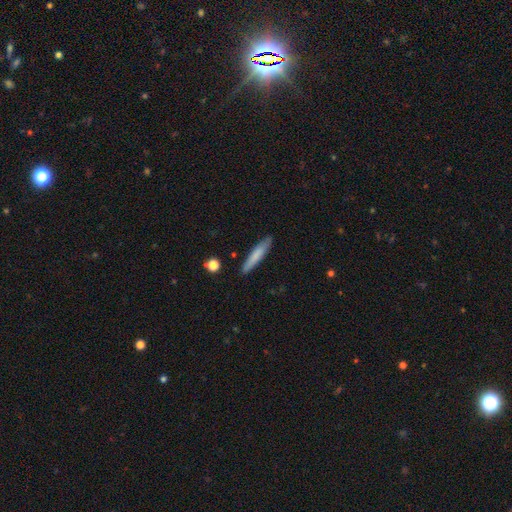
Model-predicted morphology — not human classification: smooth-or-featured: smooth: 73% | featured or disk: 21% | star or artifact: 6%
  how-rounded: cigar-shaped: 91% | in between: 8% | round: 1%
  merging: none: 86% | minor disturbance: 11% | major disturbance: 2% | merger: 2%